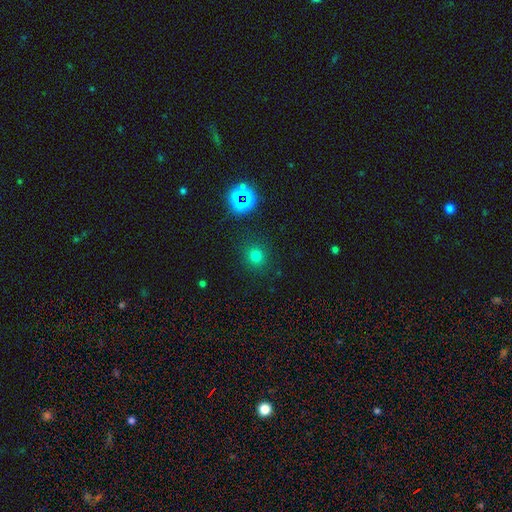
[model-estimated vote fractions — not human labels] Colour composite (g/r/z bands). It shows a smooth galaxy with no disk features (73%) that is round (90%). Merging: none (88%).